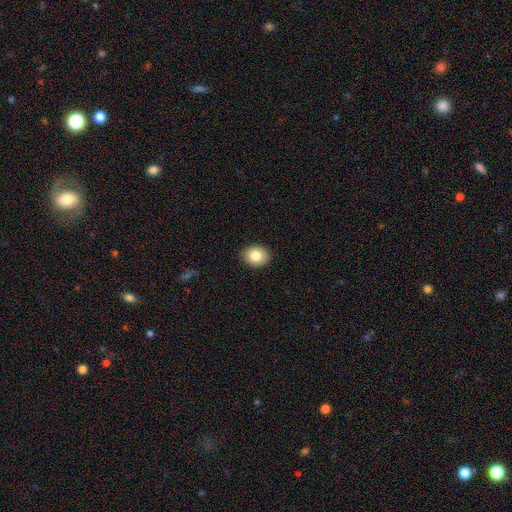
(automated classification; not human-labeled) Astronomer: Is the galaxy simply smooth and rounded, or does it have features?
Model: smooth — 83%.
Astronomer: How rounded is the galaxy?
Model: round — 54% (runner-up: in between, 45%).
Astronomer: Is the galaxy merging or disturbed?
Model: none — 91%.